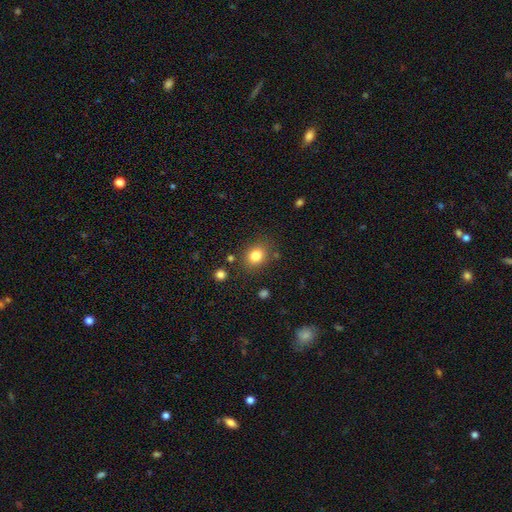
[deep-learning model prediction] A smooth galaxy with no disk features (81%) that is round (58%). Merging: none (81%).